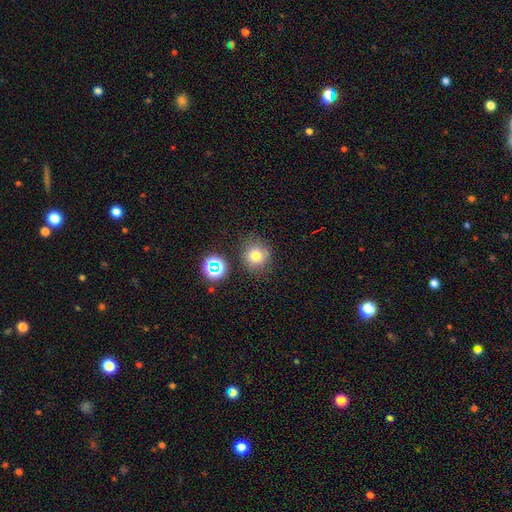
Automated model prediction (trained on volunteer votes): smooth_or_featured: smooth (p=0.75) [alt: star or artifact p=0.17]
how_rounded: round (p=0.91) [alt: in between p=0.08]
merging: none (p=0.80) [alt: minor disturbance p=0.11]